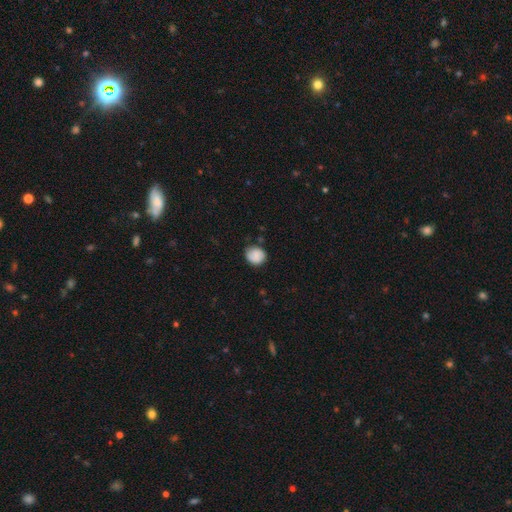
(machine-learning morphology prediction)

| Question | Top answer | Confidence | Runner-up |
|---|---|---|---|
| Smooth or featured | smooth | 81% | featured or disk (11%) |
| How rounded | round | 76% | in between (23%) |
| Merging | none | 71% | minor disturbance (21%) |